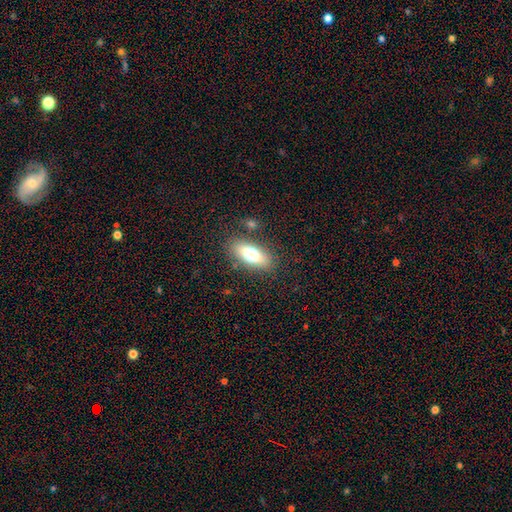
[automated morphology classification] Smooth or featured?
  - smooth: 72% *
  - featured or disk: 20%
  - star or artifact: 8%
How rounded?
  - in between: 78% *
  - cigar-shaped: 18%
  - round: 4%
Merging?
  - none: 81% *
  - minor disturbance: 12%
  - major disturbance: 4%
  - merger: 3%